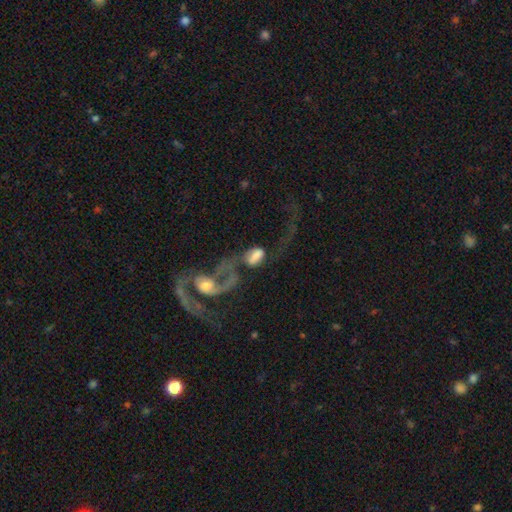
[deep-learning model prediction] Smooth or featured? Predicted: featured or disk (p=0.51). Edge-on disk? Predicted: no (p=0.94). Merging? Predicted: merger (p=0.52).